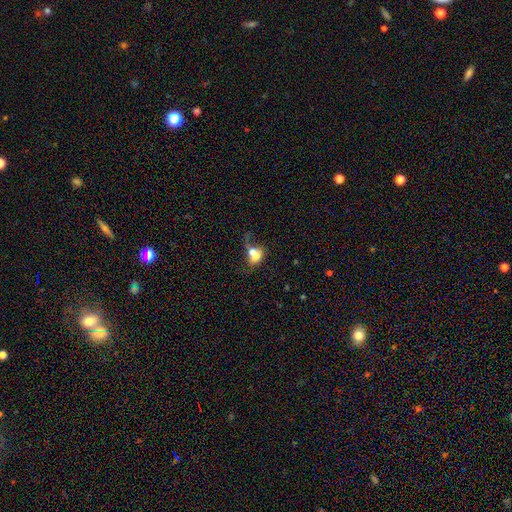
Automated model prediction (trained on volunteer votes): This appears to be a smooth galaxy with no disk features (60%) that is in between round and cigar-shaped (56%). Merging: merger (64%).